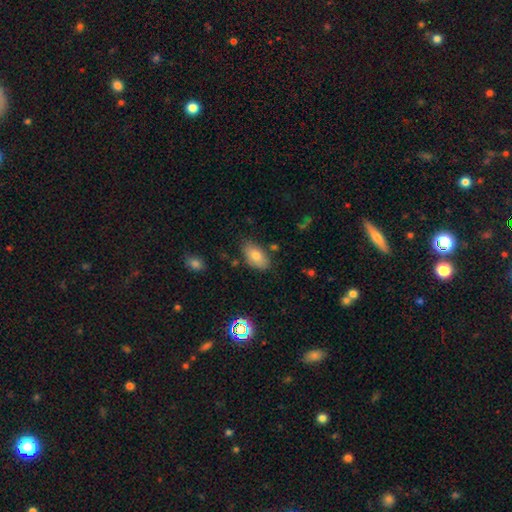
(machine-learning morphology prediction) smooth-or-featured: smooth: 78% | featured or disk: 13% | star or artifact: 8%
  how-rounded: in between: 93% | round: 4% | cigar-shaped: 3%
  merging: none: 77% | minor disturbance: 16% | merger: 3% | major disturbance: 3%